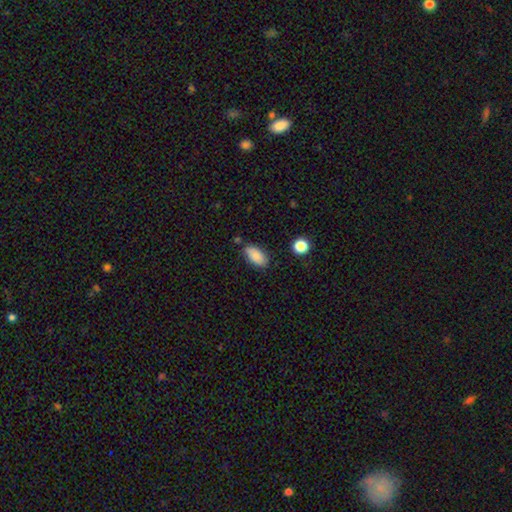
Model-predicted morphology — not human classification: Overall: smooth (87%). How rounded: in between (92%). Merging: none (78%).